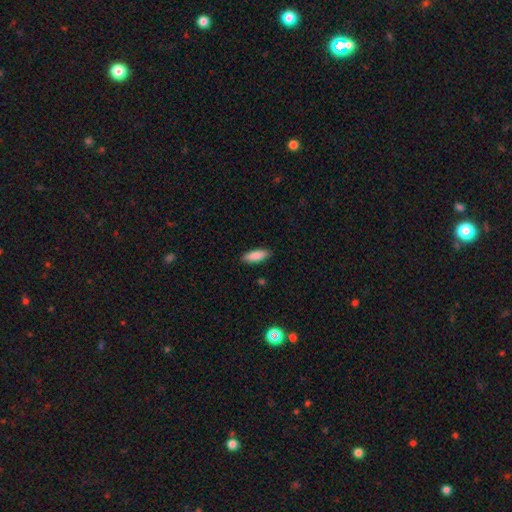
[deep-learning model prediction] This is clearly a smooth galaxy (87%). How rounded: likely in between (64%). Merging: clearly none (89%).